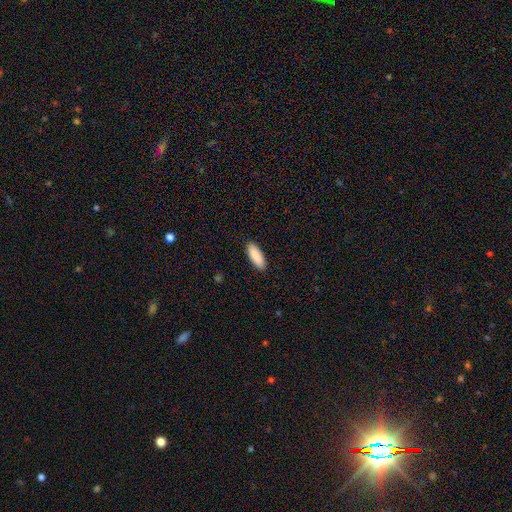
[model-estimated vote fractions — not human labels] Overall: smooth (91%). How rounded: in between (67%; cigar-shaped 31%). Merging: none (91%).